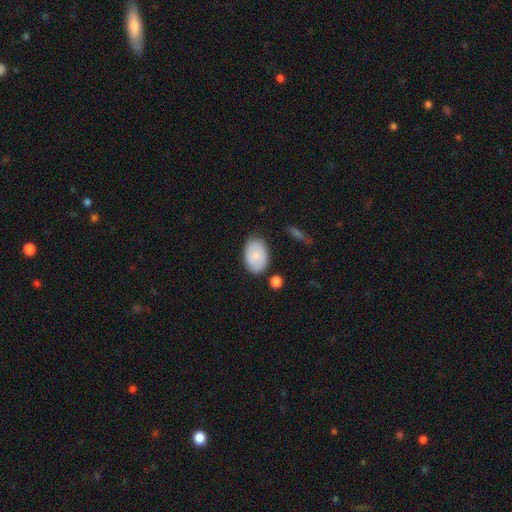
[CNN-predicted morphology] smooth-or-featured: smooth: 73% | featured or disk: 21% | star or artifact: 6%
  how-rounded: in between: 88% | round: 10% | cigar-shaped: 1%
  merging: none: 79% | minor disturbance: 15% | major disturbance: 3% | merger: 3%